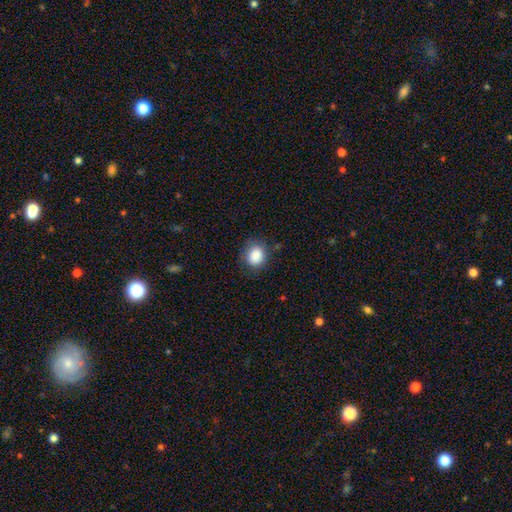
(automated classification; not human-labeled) Smooth or featured: smooth — 87% (star or artifact — 9%)
How rounded: round — 65% (in between — 34%)
Merging: none — 79% (minor disturbance — 15%)